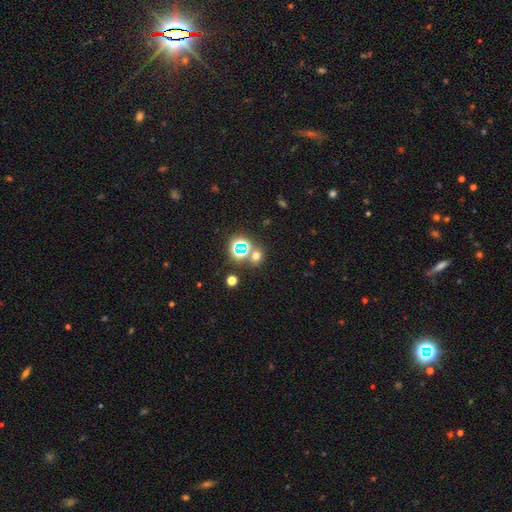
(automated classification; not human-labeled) A smooth galaxy with no disk features (53%) that is round (79%). Merging: none (70%).